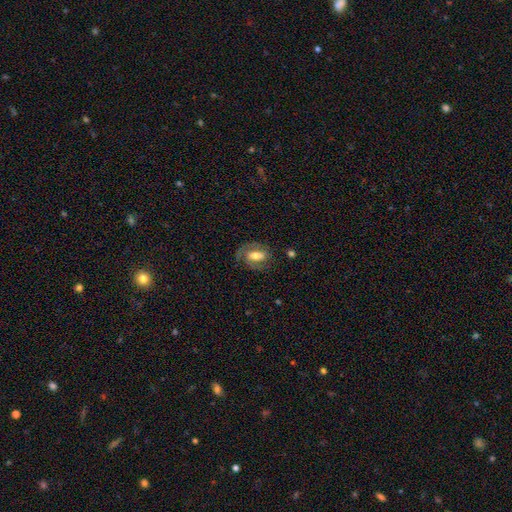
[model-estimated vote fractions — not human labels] Q: Smooth or featured?
A: featured or disk (64%); runner-up: smooth (29%)
Q: Edge-on disk?
A: no (94%); runner-up: yes (6%)
Q: Bar?
A: weak (38%); runner-up: strong (32%)
Q: Spiral arms?
A: yes (82%); runner-up: no (18%)
Q: Bulge size?
A: moderate (53%); runner-up: large (24%)
Q: Merging?
A: none (66%); runner-up: minor disturbance (19%)